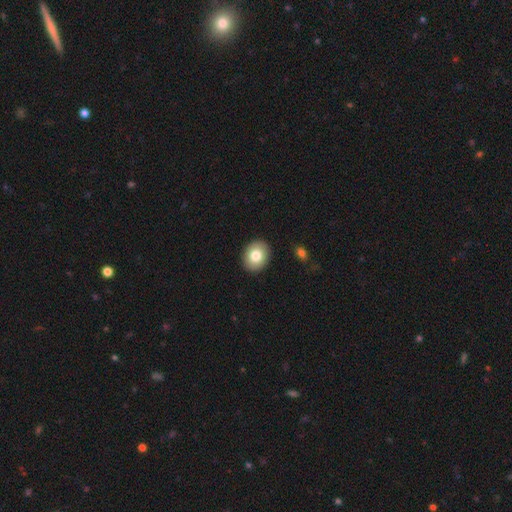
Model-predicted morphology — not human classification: Q: Smooth or featured?
A: smooth (80%); runner-up: featured or disk (11%)
Q: How rounded?
A: round (50%); runner-up: in between (49%)
Q: Merging?
A: none (91%); runner-up: minor disturbance (6%)